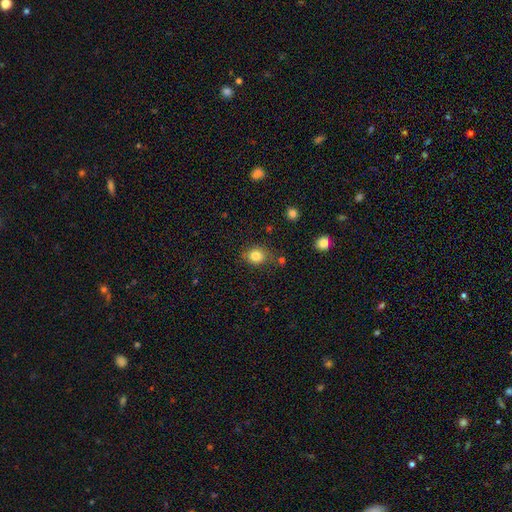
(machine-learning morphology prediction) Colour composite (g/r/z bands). It shows a smooth galaxy with no disk features (83%) that is round (65%). Merging: none (74%).